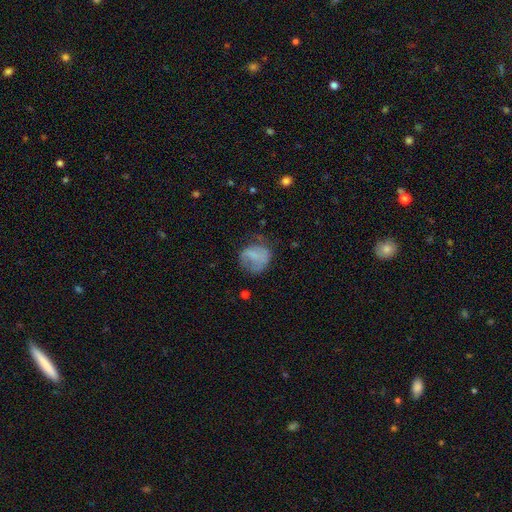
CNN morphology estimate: This is likely a smooth galaxy (63%). How rounded: likely round (68%). Merging: possibly none (47%).